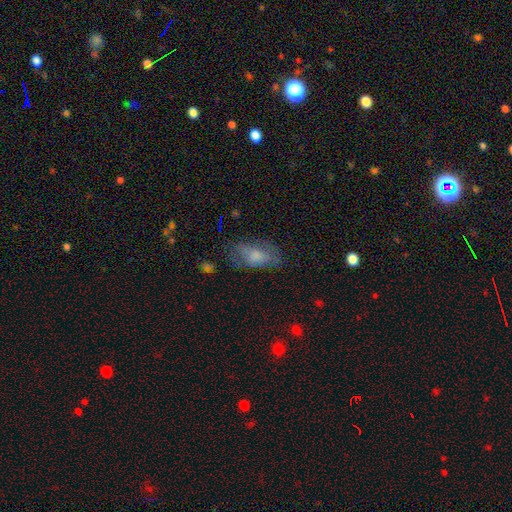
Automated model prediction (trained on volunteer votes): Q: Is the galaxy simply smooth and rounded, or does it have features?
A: smooth — 54%.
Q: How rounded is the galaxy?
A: in between — 87%.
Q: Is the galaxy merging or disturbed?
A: none — 66%.